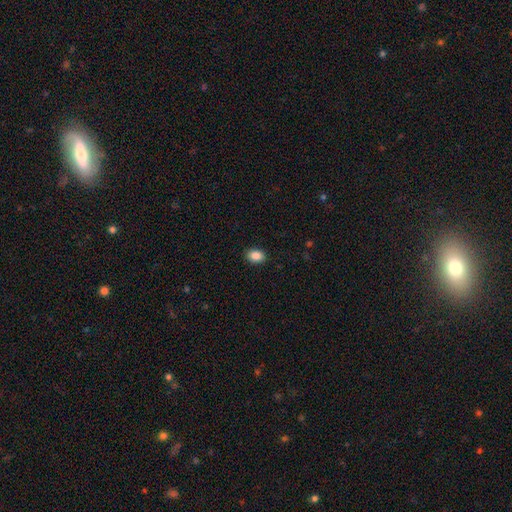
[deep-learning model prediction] Morphology: type=smooth (88%); roundness=in between (75%); merging=none (89%).